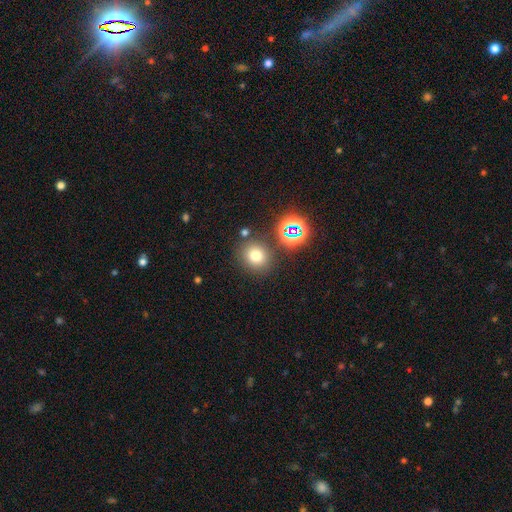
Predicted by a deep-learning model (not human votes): Smooth or featured: smooth — 71% (star or artifact — 21%)
How rounded: round — 82% (in between — 17%)
Merging: none — 80% (minor disturbance — 9%)